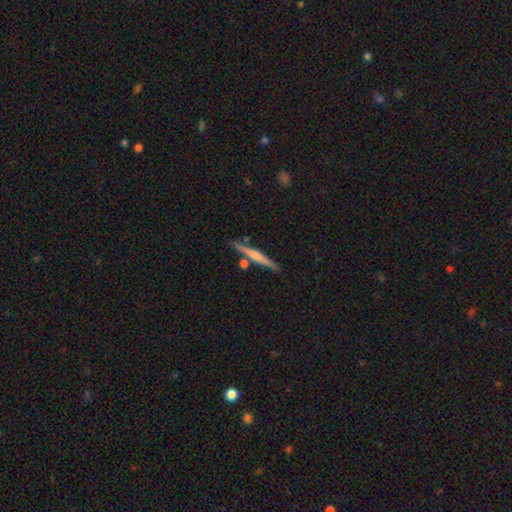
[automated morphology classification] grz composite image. It shows a featured or disk galaxy (59%) viewed edge-on (97%) with a rounded central bulge (65%). Merging: none (81%).